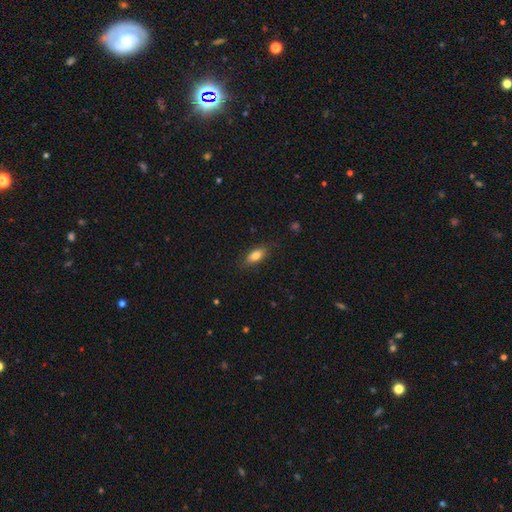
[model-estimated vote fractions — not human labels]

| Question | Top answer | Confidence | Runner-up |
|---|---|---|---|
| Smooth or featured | smooth | 79% | featured or disk (13%) |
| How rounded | in between | 82% | cigar-shaped (14%) |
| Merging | none | 84% | minor disturbance (12%) |